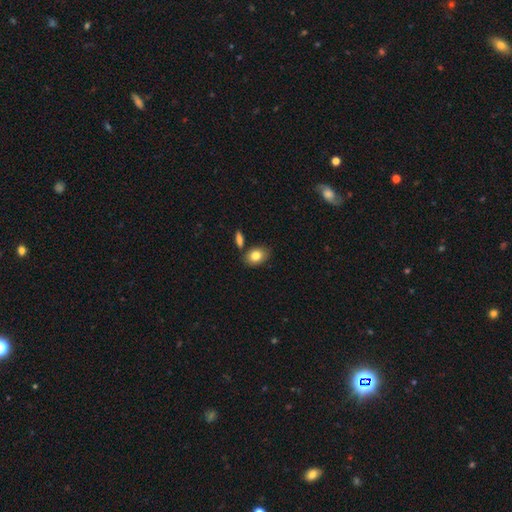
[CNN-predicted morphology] Smooth or featured? Predicted: smooth (p=0.82). How rounded? Predicted: in between (p=0.79). Merging? Predicted: none (p=0.75).